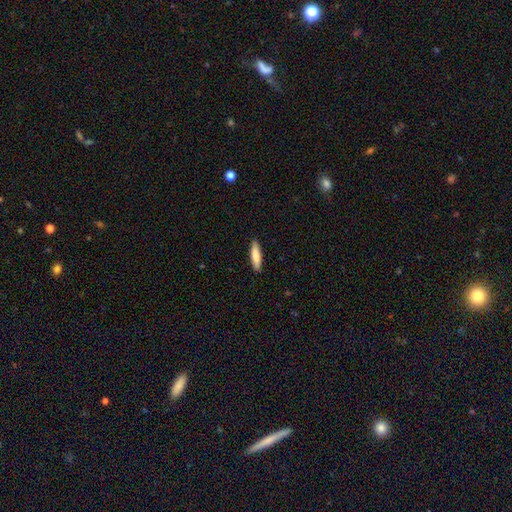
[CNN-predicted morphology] Smooth or featured?
  - smooth: 83% *
  - featured or disk: 12%
  - star or artifact: 5%
How rounded?
  - cigar-shaped: 74% *
  - in between: 25%
  - round: 1%
Merging?
  - none: 90% *
  - minor disturbance: 7%
  - major disturbance: 2%
  - merger: 1%